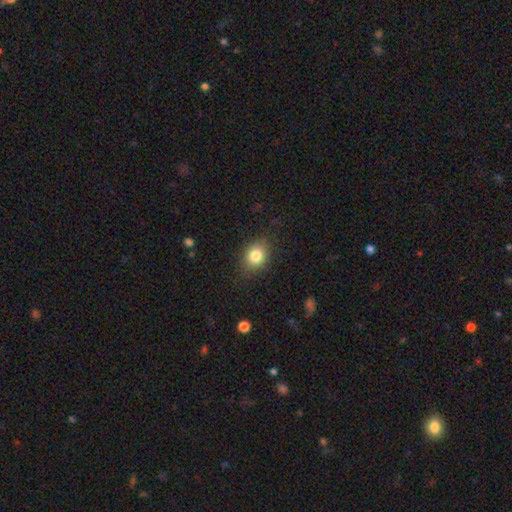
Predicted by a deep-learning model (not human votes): Overall: smooth (82%). How rounded: round (49%, tied with in between). Merging: none (82%).